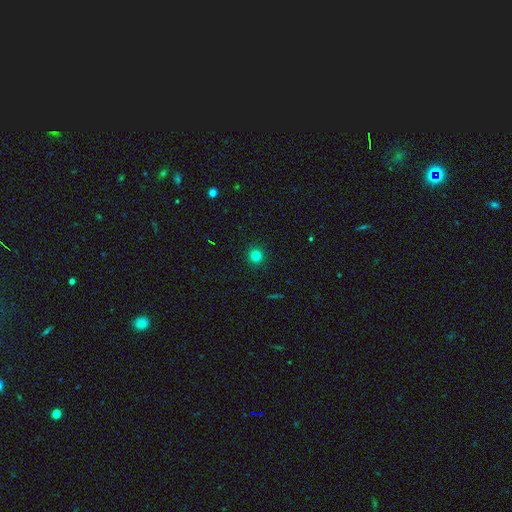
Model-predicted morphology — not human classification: The model was most divided on "smooth or featured": smooth: 80%, star or artifact: 15%, featured or disk: 5%. More confident: how rounded — round (95%); merging — none (93%).